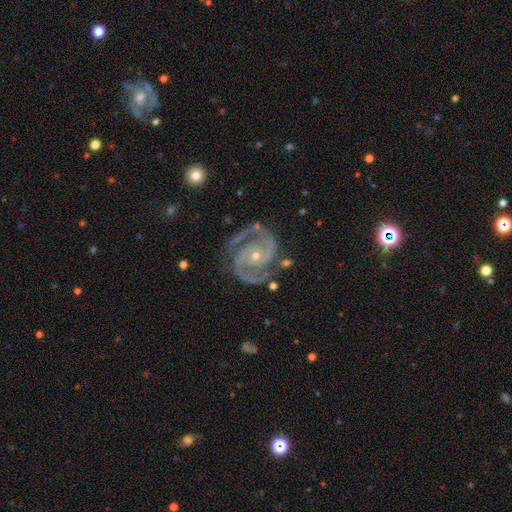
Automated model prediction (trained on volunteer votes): smooth_or_featured: featured or disk (p=0.93) [alt: star or artifact p=0.05]
disk_edge_on: no (p=0.98) [alt: yes p=0.02]
bar: no (p=0.64) [alt: weak p=0.23]
has_spiral_arms: yes (p=0.99) [alt: no p=0.01]
spiral_winding: medium (p=0.52) [alt: tight p=0.43]
spiral_arm_count: 2 (p=0.92) [alt: 3 p=0.03]
bulge_size: small (p=0.70) [alt: moderate p=0.27]
merging: none (p=0.78) [alt: minor disturbance p=0.15]